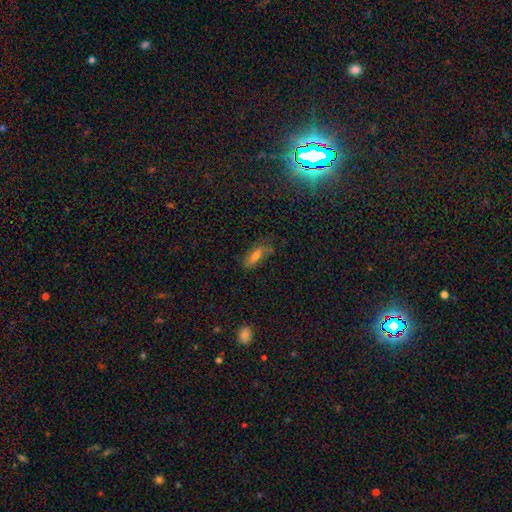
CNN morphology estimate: This is possibly a smooth galaxy (48%). Merging: likely none (65%).